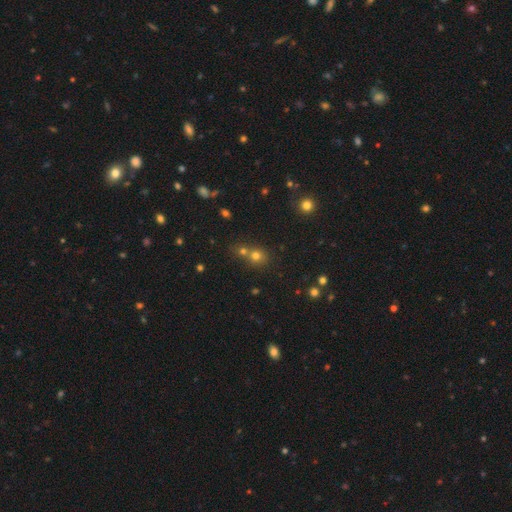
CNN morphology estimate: Q: Smooth or featured?
A: smooth (65%); runner-up: star or artifact (24%)
Q: How rounded?
A: round (82%); runner-up: in between (16%)
Q: Merging?
A: none (51%); runner-up: merger (39%)